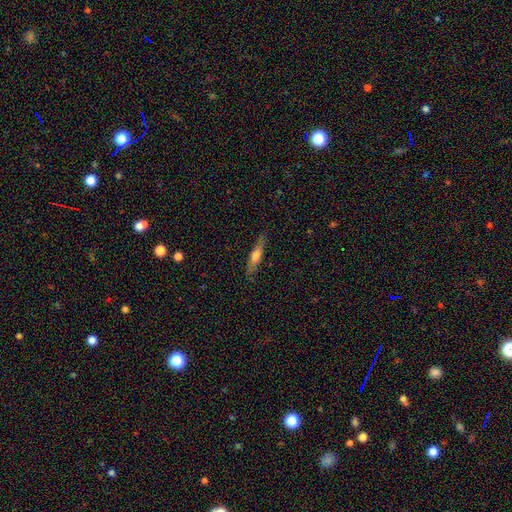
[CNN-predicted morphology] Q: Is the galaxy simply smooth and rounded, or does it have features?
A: smooth — 53%.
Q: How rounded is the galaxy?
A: cigar-shaped — 84%.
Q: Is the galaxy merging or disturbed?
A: none — 85%.